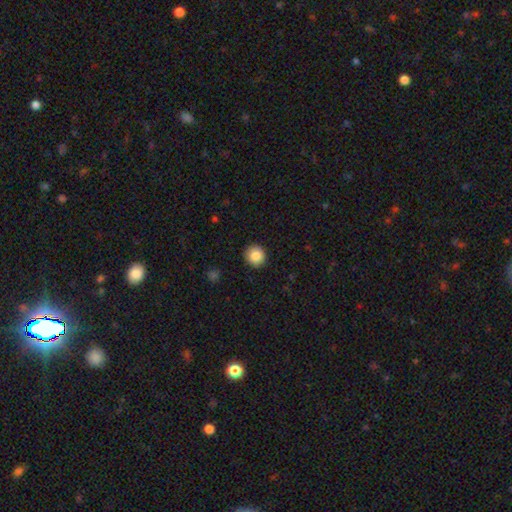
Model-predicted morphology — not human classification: Overall: smooth (87%). How rounded: round (93%). Merging: none (92%).